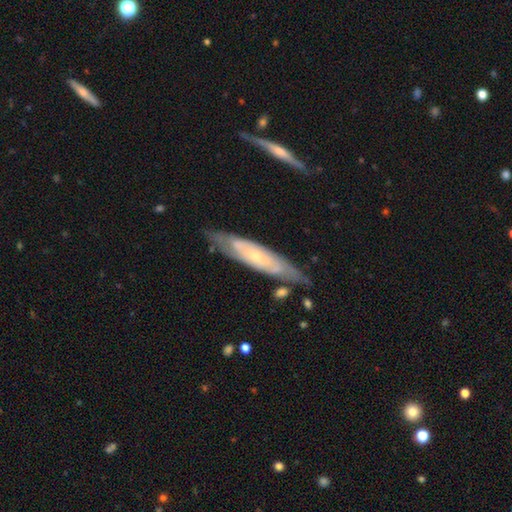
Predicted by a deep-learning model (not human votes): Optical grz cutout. It shows a featured or disk galaxy (70%). Merging: none (74%).